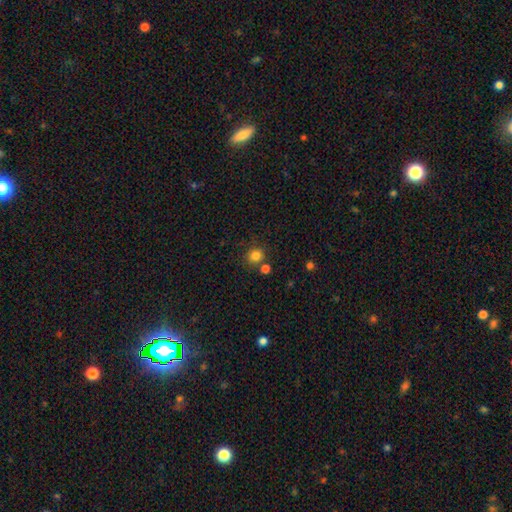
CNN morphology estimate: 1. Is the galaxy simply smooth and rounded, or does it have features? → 83% smooth, 13% star or artifact, 5% featured or disk.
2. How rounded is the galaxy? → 85% round, 15% in between, 1% cigar-shaped.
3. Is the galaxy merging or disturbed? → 72% none, 14% merger, 10% minor disturbance, 4% major disturbance.